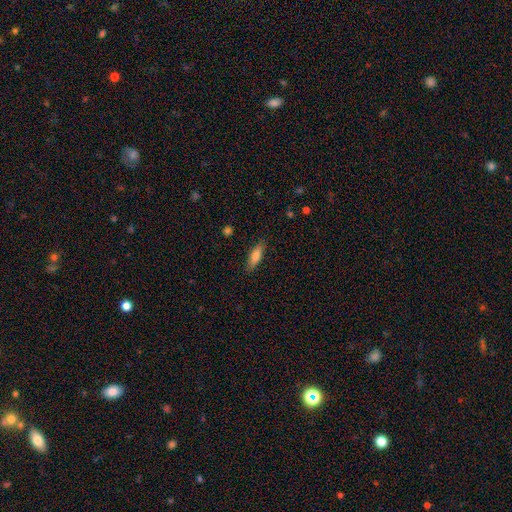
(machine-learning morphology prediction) Q: Smooth or featured?
A: smooth (79%); runner-up: featured or disk (15%)
Q: How rounded?
A: cigar-shaped (52%); runner-up: in between (46%)
Q: Merging?
A: none (86%); runner-up: minor disturbance (10%)